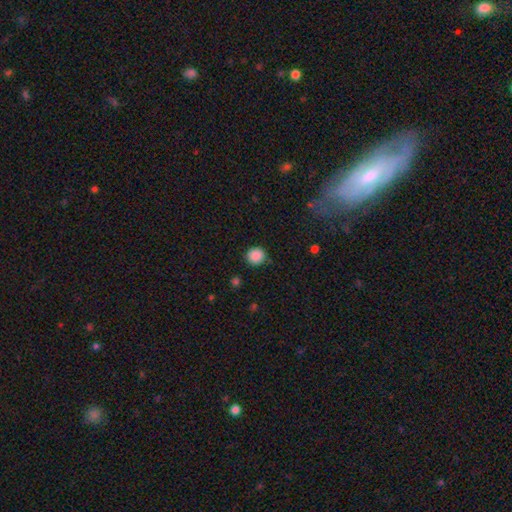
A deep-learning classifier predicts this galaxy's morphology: smooth-or-featured: smooth: 88% | star or artifact: 10% | featured or disk: 3%
  how-rounded: round: 90% | in between: 9% | cigar-shaped: 1%
  merging: none: 85% | minor disturbance: 10% | major disturbance: 3% | merger: 2%